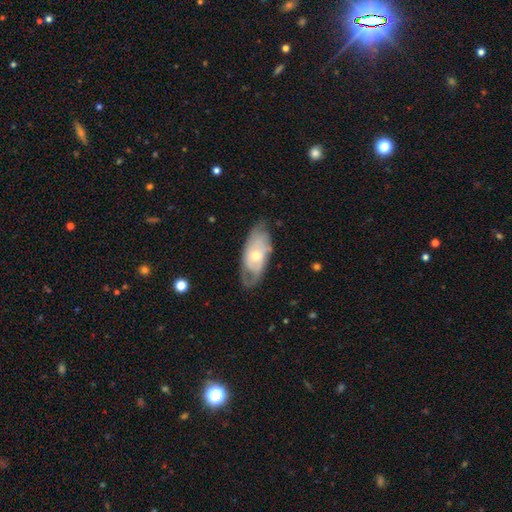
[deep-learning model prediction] This appears to be a featured or disk galaxy (63%) with no bar (76%), spiral arms (69%) and a moderate central bulge (53%). Merging: none (64%).